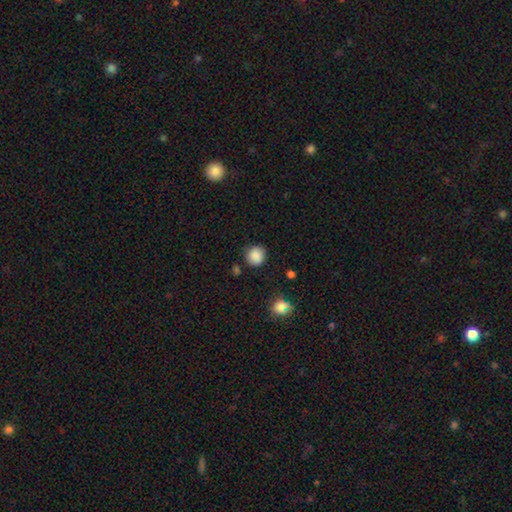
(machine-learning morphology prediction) Q: Smooth or featured?
A: smooth (86%); runner-up: star or artifact (10%)
Q: How rounded?
A: round (89%); runner-up: in between (10%)
Q: Merging?
A: none (83%); runner-up: minor disturbance (11%)